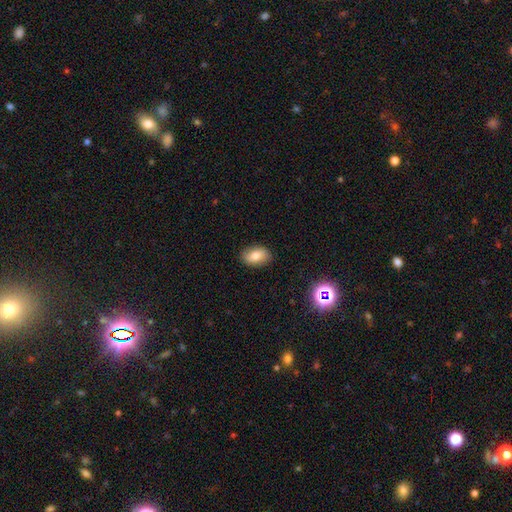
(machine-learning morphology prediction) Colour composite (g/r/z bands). It shows a smooth galaxy with no disk features (77%) that is in between round and cigar-shaped (88%). Merging: none (87%).